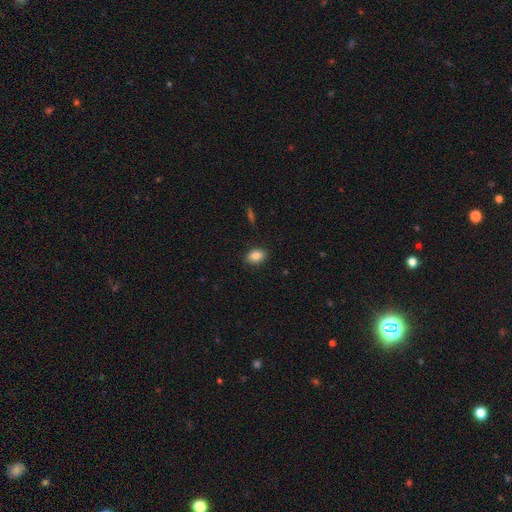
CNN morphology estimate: Overall: smooth (84%). How rounded: in between (86%). Merging: none (88%).